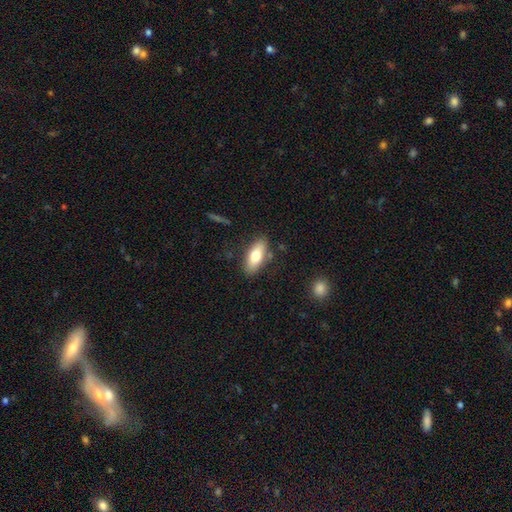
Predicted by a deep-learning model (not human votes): Smooth or featured? smooth (73%)
How rounded? in between (81%)
Merging? none (82%)